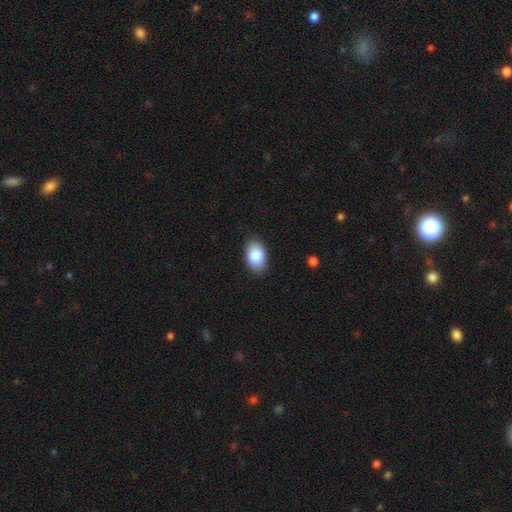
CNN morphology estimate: Smooth or featured?
  - smooth: 86% *
  - star or artifact: 7%
  - featured or disk: 7%
How rounded?
  - in between: 89% *
  - round: 9%
  - cigar-shaped: 1%
Merging?
  - none: 88% *
  - minor disturbance: 9%
  - major disturbance: 2%
  - merger: 1%